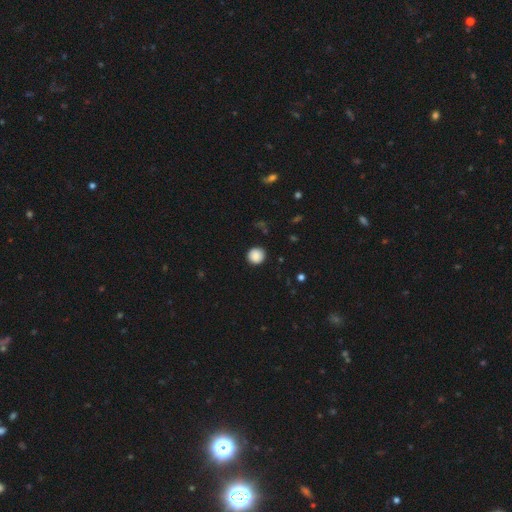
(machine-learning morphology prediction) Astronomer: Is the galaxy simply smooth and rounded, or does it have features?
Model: smooth — 88%.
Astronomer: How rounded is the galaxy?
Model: round — 94%.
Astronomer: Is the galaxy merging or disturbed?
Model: none — 91%.